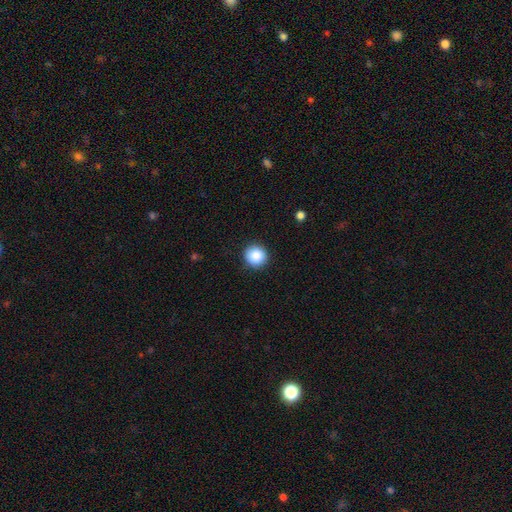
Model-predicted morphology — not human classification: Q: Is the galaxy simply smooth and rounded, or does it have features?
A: smooth — 88%.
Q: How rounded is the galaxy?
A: round — 94%.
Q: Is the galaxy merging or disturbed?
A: none — 91%.